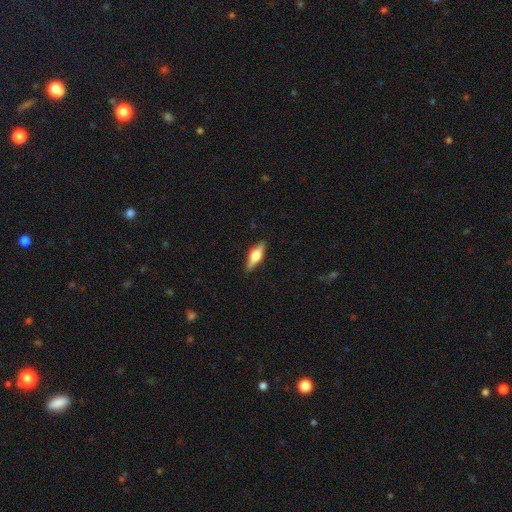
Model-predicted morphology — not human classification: Smooth or featured? featured or disk (52%)
Edge-on disk? yes (93%)
Merging? none (88%)